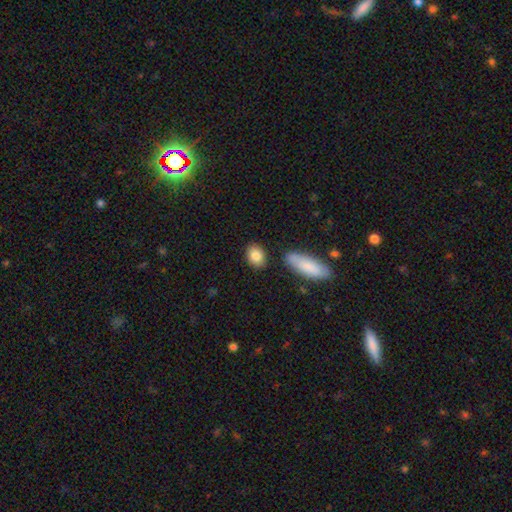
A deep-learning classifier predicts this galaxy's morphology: This is clearly a smooth galaxy (85%). How rounded: likely in between (68%). Merging: clearly none (83%).